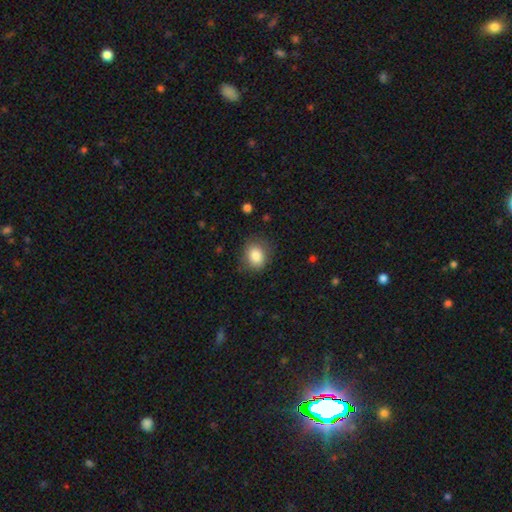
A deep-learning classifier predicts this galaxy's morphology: type=smooth (84%); roundness=round (56%); merging=none (78%).